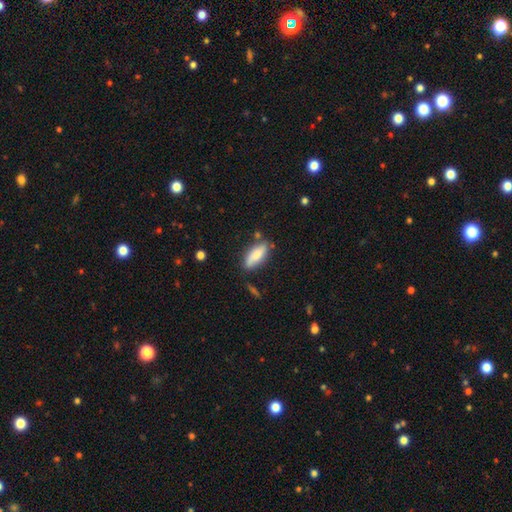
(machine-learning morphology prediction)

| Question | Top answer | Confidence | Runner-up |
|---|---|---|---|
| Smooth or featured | smooth | 79% | featured or disk (15%) |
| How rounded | in between | 69% | cigar-shaped (29%) |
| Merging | none | 74% | minor disturbance (18%) |